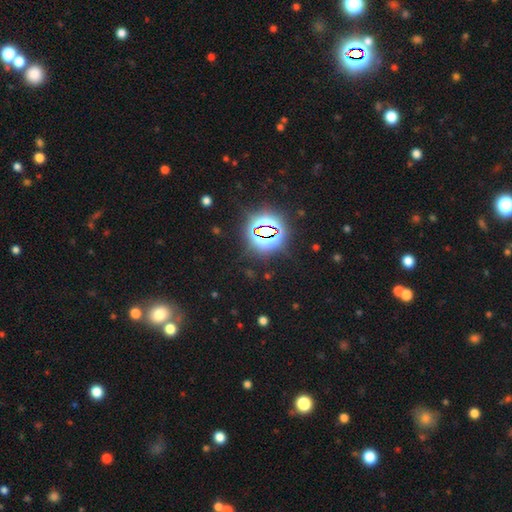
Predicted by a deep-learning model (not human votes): Smooth or featured?
  - star or artifact: 81% *
  - smooth: 12%
  - featured or disk: 7%